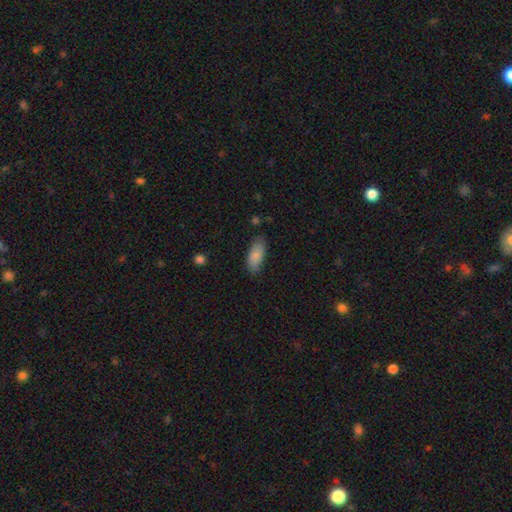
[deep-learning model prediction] smooth-or-featured: smooth: 83% | featured or disk: 11% | star or artifact: 6%
  how-rounded: in between: 86% | cigar-shaped: 12% | round: 2%
  merging: none: 74% | minor disturbance: 21% | major disturbance: 4% | merger: 2%